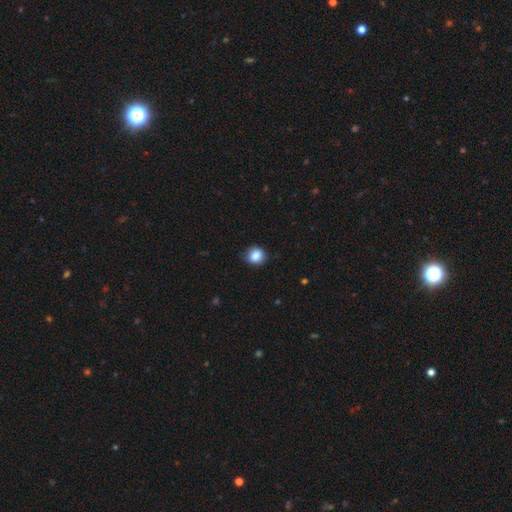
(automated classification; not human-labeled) smooth 86%, star or artifact 9%, featured or disk 5%. Down the decision tree: how rounded — round (76%); merging — none (84%).